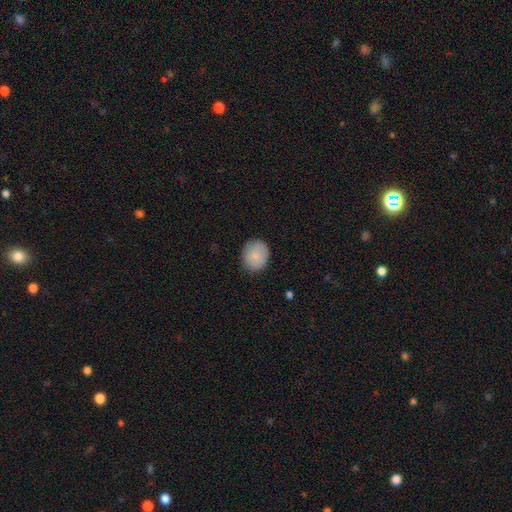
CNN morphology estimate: A smooth galaxy with no disk features (85%) that is round (65%). Merging: none (83%).